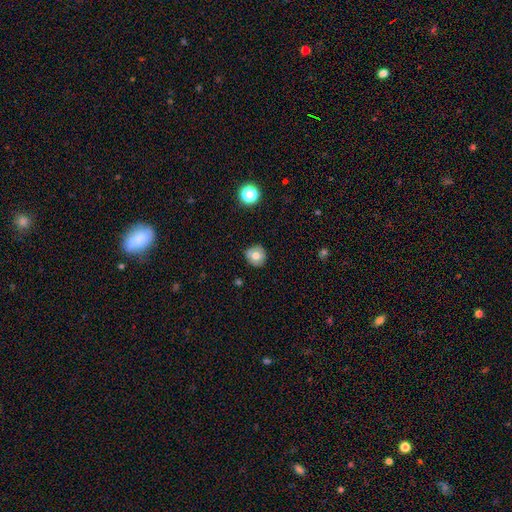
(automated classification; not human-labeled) Smooth or featured?
  - smooth: 71% *
  - featured or disk: 19%
  - star or artifact: 10%
How rounded?
  - round: 90% *
  - in between: 9%
  - cigar-shaped: 1%
Merging?
  - none: 86% *
  - minor disturbance: 10%
  - major disturbance: 2%
  - merger: 1%